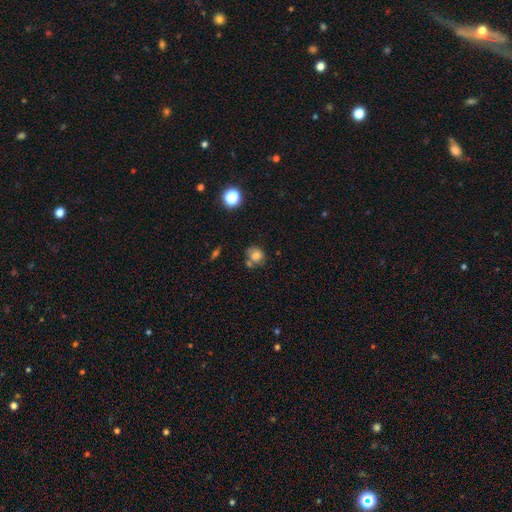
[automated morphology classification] Smooth or featured? smooth (72%)
How rounded? round (70%)
Merging? none (49%)